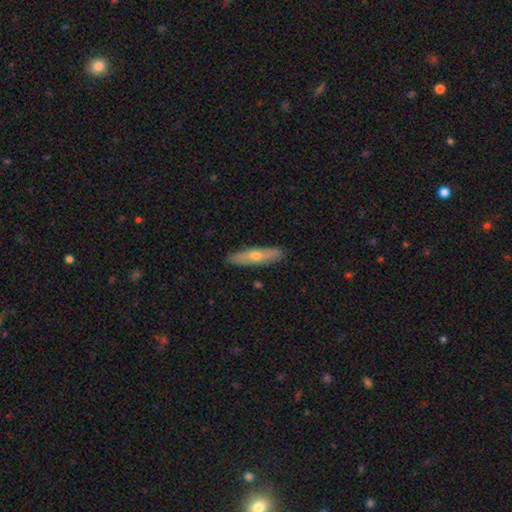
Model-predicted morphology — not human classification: This is possibly a smooth galaxy (51%). How rounded: likely cigar-shaped (75%). Merging: clearly none (89%).